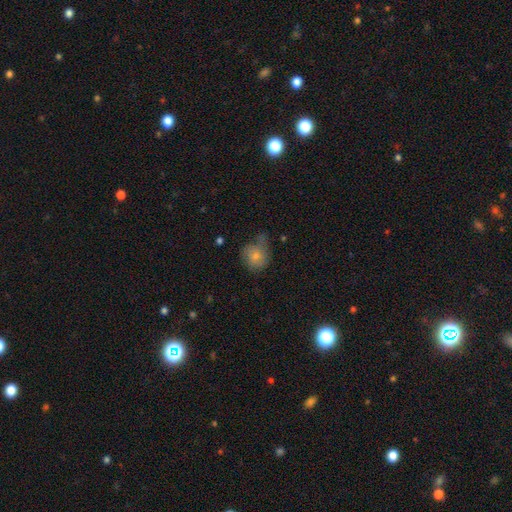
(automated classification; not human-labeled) smooth_or_featured: smooth (p=0.75) [alt: featured or disk p=0.16]
how_rounded: round (p=0.75) [alt: in between p=0.24]
merging: none (p=0.46) [alt: minor disturbance p=0.34]